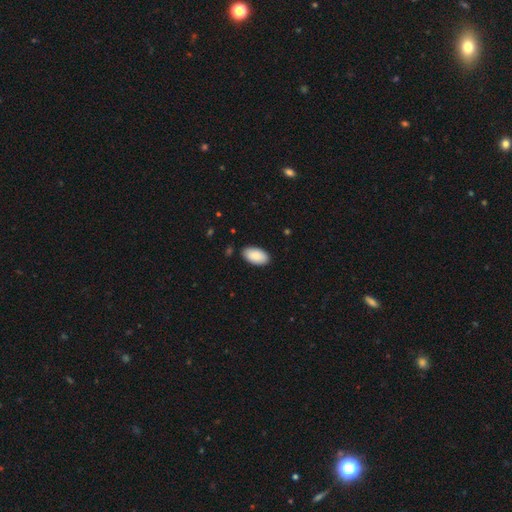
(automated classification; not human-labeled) smooth 89%, star or artifact 6%, featured or disk 5%. Down the decision tree: how rounded — in between (96%); merging — none (87%).